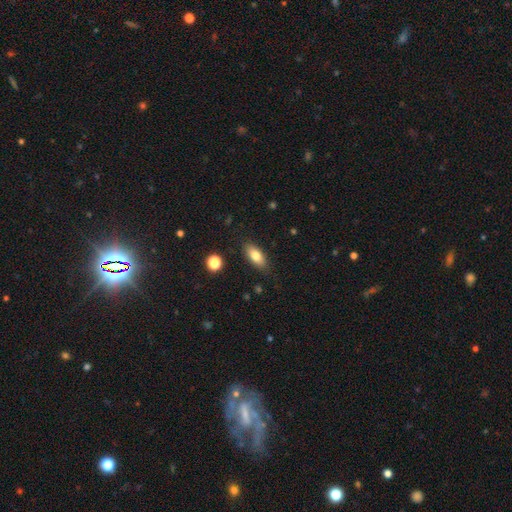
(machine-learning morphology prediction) type=smooth (77%); roundness=in between (84%); merging=none (86%).